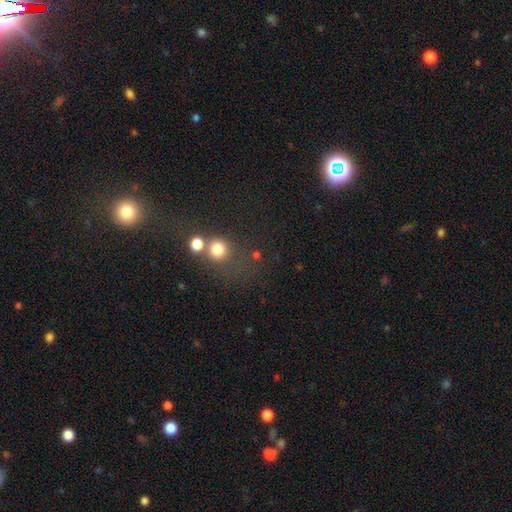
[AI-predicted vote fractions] This is possibly a smooth galaxy (60%). How rounded: clearly round (84%). Merging: possibly none (56%).